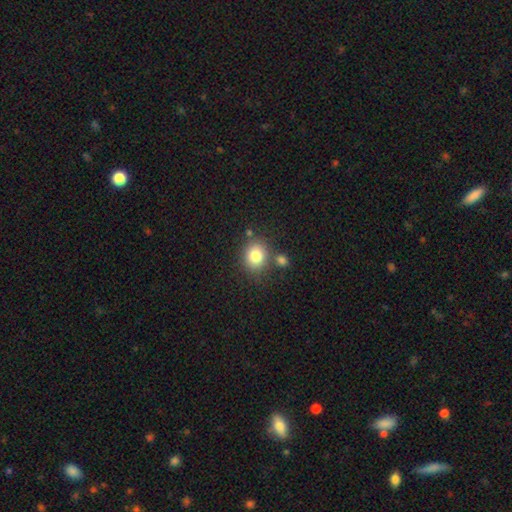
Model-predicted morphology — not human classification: smooth 81%, star or artifact 11%, featured or disk 9%. Down the decision tree: how rounded — round (73%); merging — none (70%).